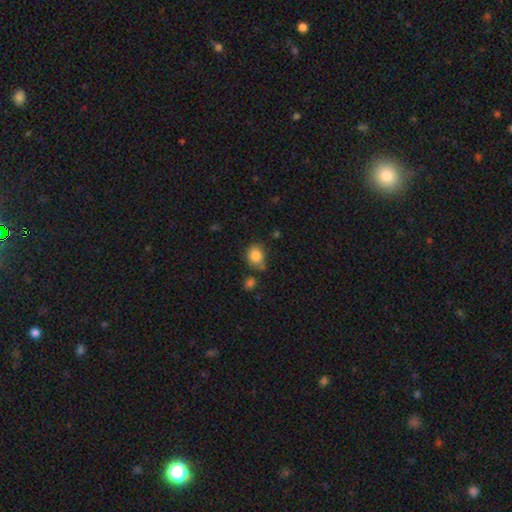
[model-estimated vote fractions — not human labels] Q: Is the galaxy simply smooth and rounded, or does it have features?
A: smooth — 85%.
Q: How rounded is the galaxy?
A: round — 63%.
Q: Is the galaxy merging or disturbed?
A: none — 69%.